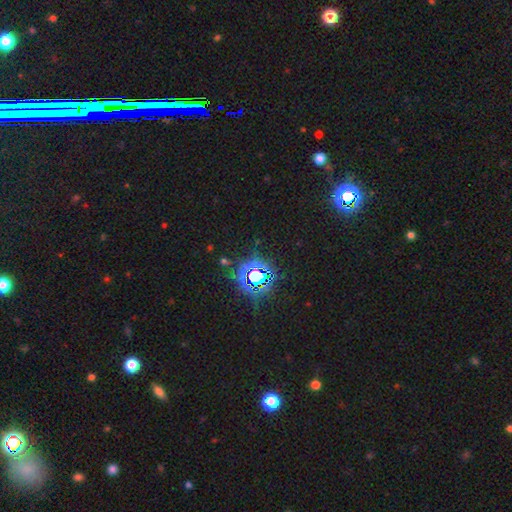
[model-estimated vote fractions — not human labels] A star or artifact, not a galaxy (83%).